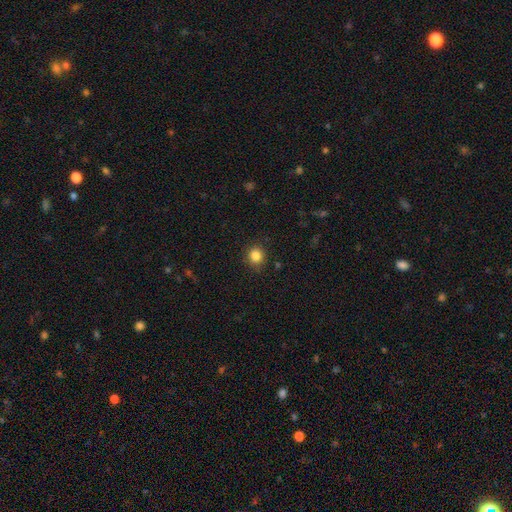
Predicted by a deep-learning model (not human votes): This is clearly a smooth galaxy (85%). How rounded: clearly round (86%). Merging: clearly none (88%).